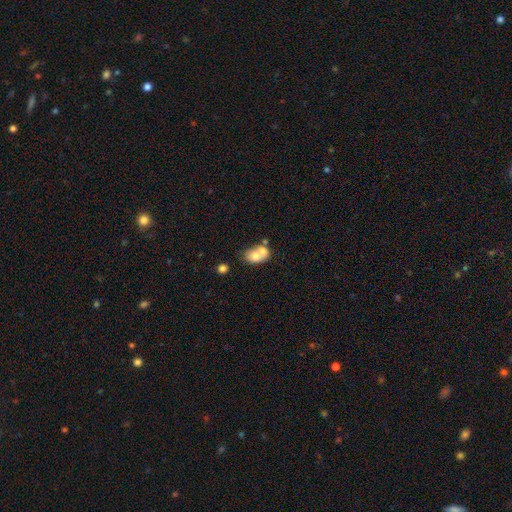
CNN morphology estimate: A smooth galaxy with no disk features (68%) that is in between round and cigar-shaped (73%). Merging: merger (56%).